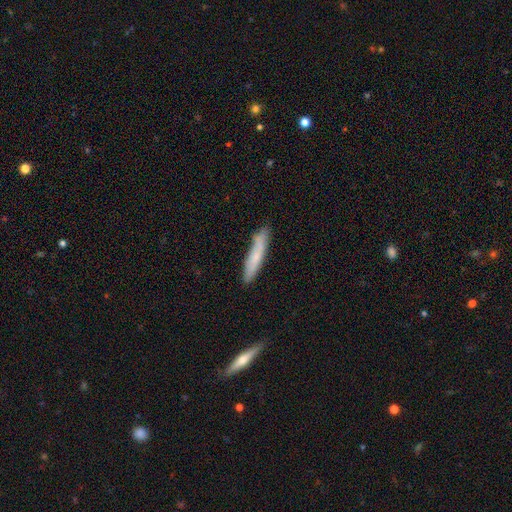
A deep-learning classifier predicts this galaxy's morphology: The model was most divided on "smooth or featured": smooth: 67%, featured or disk: 27%, star or artifact: 6%. More confident: how rounded — cigar-shaped (90%); merging — none (80%).